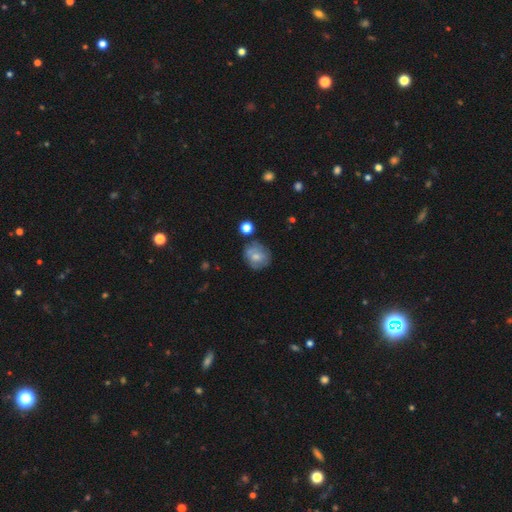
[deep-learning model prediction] Morphology: type=smooth (62%); roundness=round (73%); merging=none (63%).